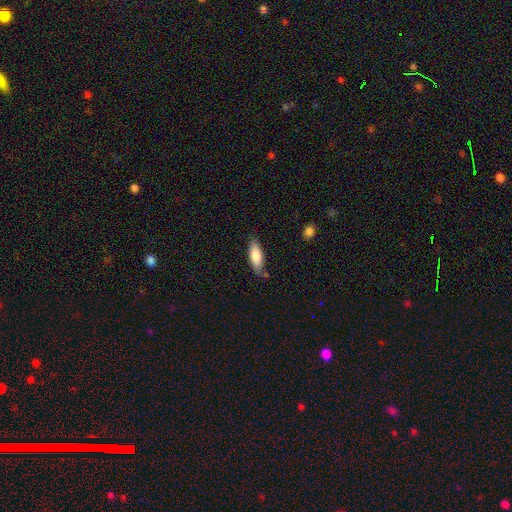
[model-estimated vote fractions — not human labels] Smooth or featured? Predicted: smooth (p=0.81). How rounded? Predicted: in between (p=0.64). Merging? Predicted: none (p=0.76).